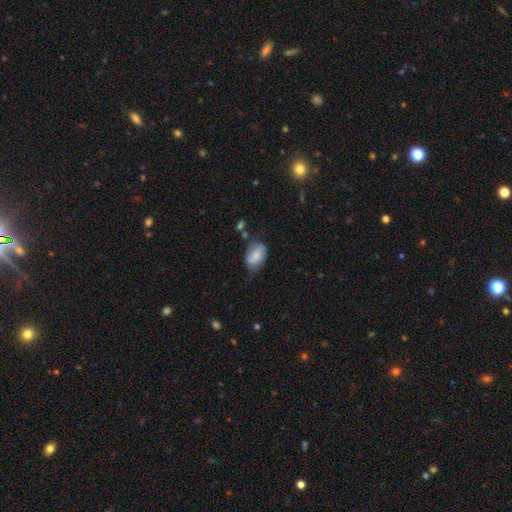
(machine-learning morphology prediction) This appears to be a smooth galaxy with no disk features (72%) that is in between round and cigar-shaped (86%). Merging: none (49%).